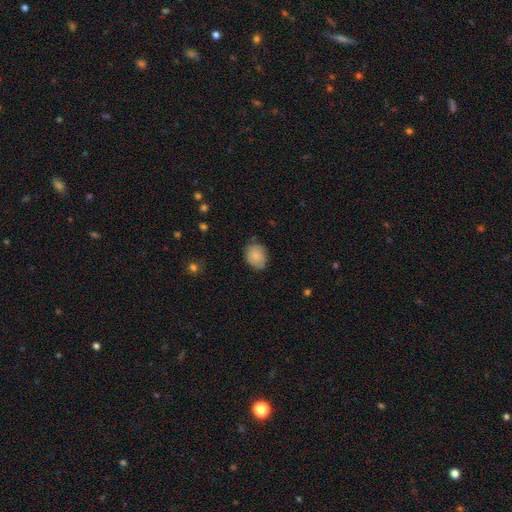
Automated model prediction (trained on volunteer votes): Smooth or featured?
  - smooth: 83% *
  - featured or disk: 10%
  - star or artifact: 7%
How rounded?
  - in between: 61% *
  - round: 38%
  - cigar-shaped: 1%
Merging?
  - none: 72% *
  - minor disturbance: 23%
  - major disturbance: 4%
  - merger: 1%